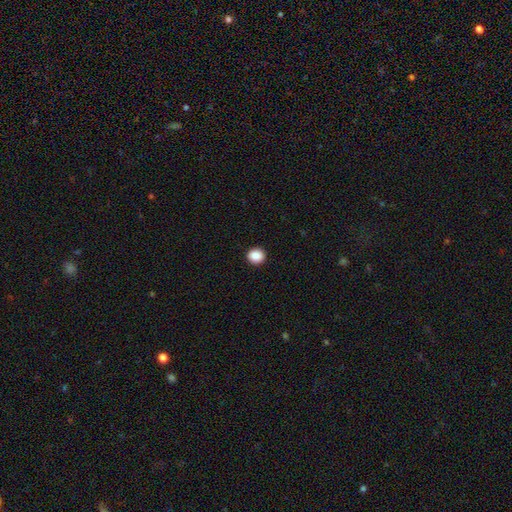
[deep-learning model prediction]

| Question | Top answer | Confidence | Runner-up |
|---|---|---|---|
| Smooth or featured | smooth | 89% | star or artifact (9%) |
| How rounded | round | 85% | in between (14%) |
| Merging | none | 92% | minor disturbance (5%) |